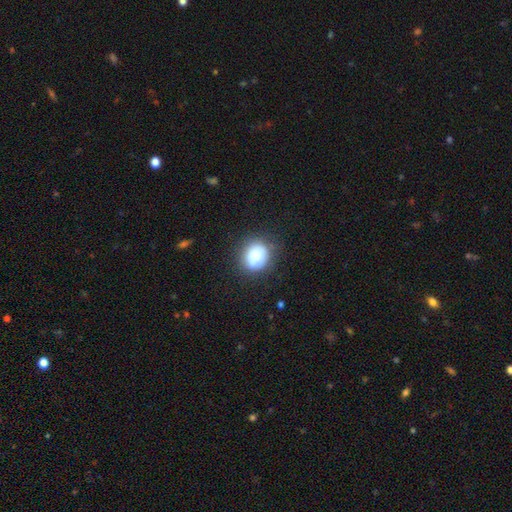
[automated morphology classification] Smooth or featured? Predicted: smooth (p=0.82). How rounded? Predicted: round (p=0.71). Merging? Predicted: none (p=0.72).